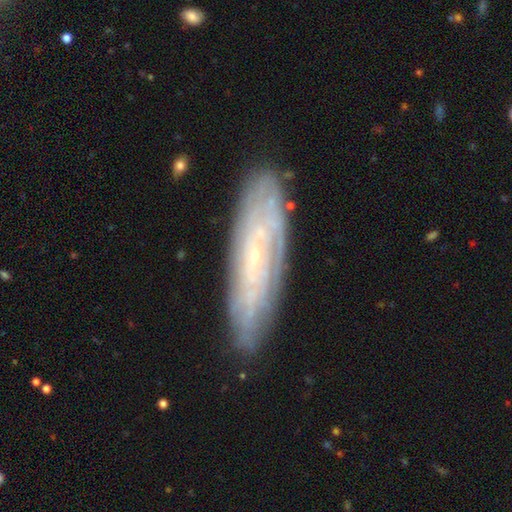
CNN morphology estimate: Smooth or featured: featured or disk — 74% (smooth — 19%)
Edge-on disk: no — 75% (yes — 25%)
Bar: no — 75% (weak — 19%)
Spiral arms: yes — 82% (no — 18%)
Bulge size: small — 86% (moderate — 10%)
Merging: none — 85% (minor disturbance — 11%)